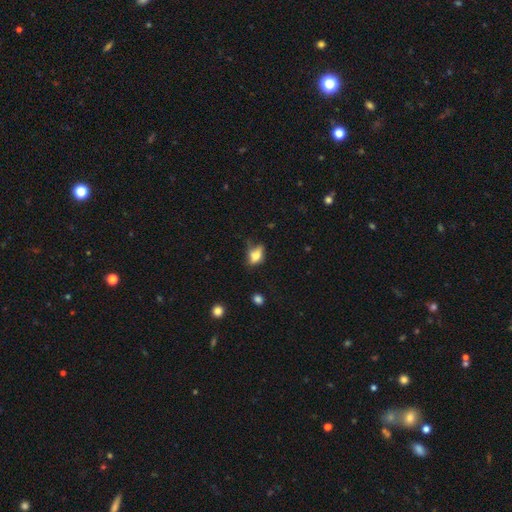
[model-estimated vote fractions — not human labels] This appears to be a smooth galaxy with no disk features (69%) that is in between round and cigar-shaped (75%). Merging: none (38%).